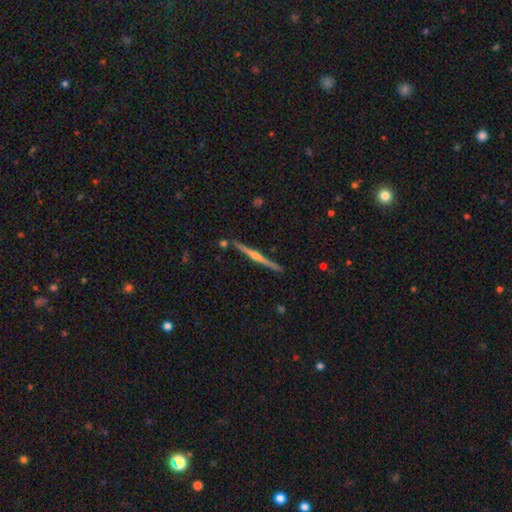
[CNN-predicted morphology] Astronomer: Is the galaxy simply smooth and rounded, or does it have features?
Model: featured or disk — 83%.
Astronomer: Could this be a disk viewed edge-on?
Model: yes — 99%.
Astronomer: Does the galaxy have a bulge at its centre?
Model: rounded — 87%.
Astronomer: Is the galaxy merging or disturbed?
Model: none — 91%.